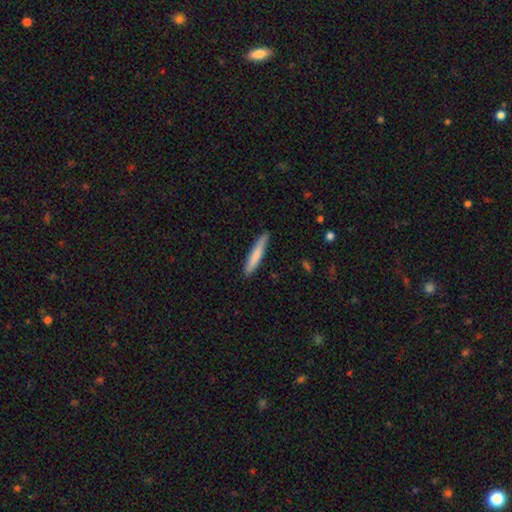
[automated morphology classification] smooth-or-featured: smooth: 77% | featured or disk: 18% | star or artifact: 5%
  how-rounded: cigar-shaped: 93% | in between: 6% | round: 1%
  merging: none: 86% | minor disturbance: 11% | major disturbance: 2% | merger: 1%